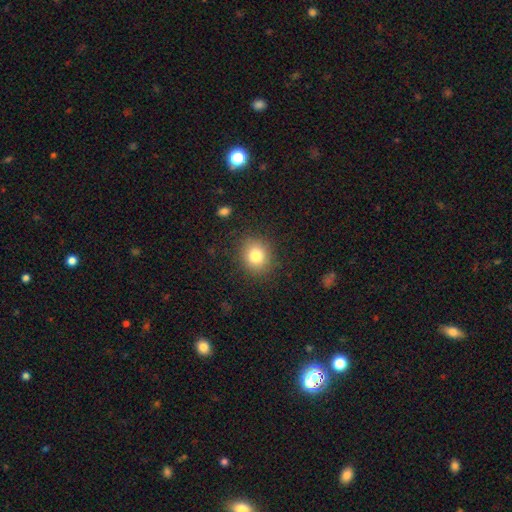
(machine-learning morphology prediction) A smooth galaxy with no disk features (80%) that is round (78%). Merging: none (88%).